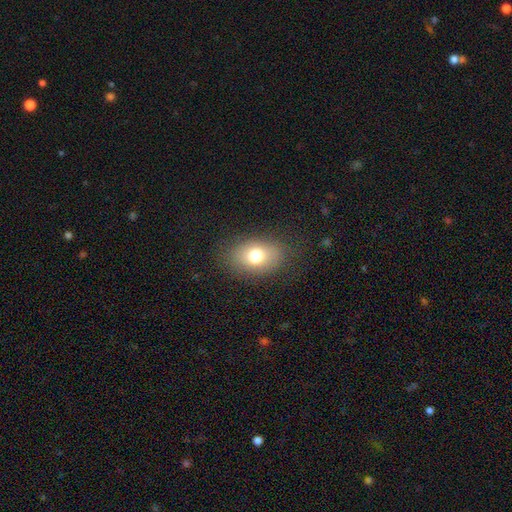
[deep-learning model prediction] This appears to be a smooth galaxy with no disk features (75%) that is in between round and cigar-shaped (76%). Merging: none (83%).